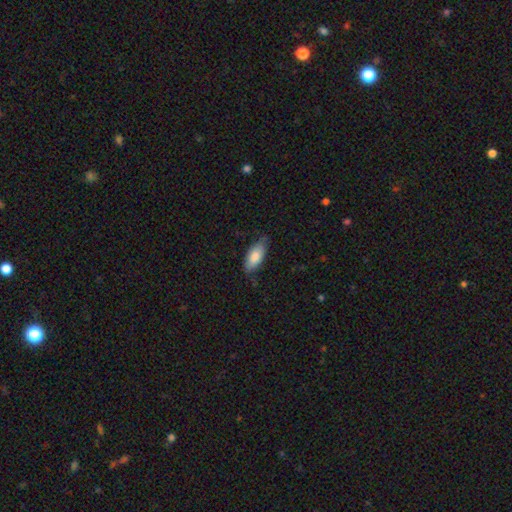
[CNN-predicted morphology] A smooth galaxy with no disk features (81%) that is in between round and cigar-shaped (85%).

Vote fractions:
- Smooth or featured? smooth: 81% / featured or disk: 13% / star or artifact: 6%
- How rounded? in between: 85% / cigar-shaped: 13% / round: 2%
- Merging? none: 73% / minor disturbance: 22% / major disturbance: 4% / merger: 1%